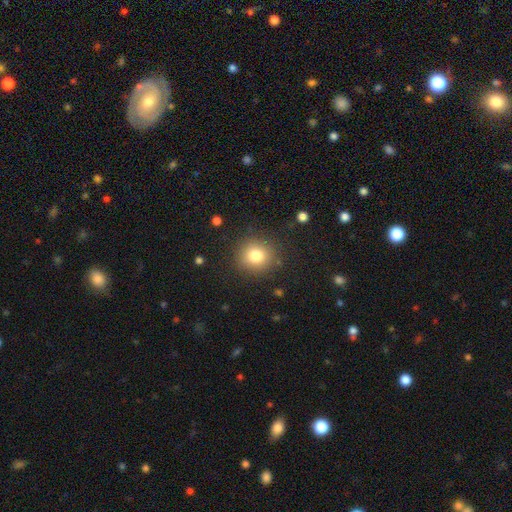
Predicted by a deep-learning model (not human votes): Smooth or featured? smooth (80%)
How rounded? round (89%)
Merging? none (88%)